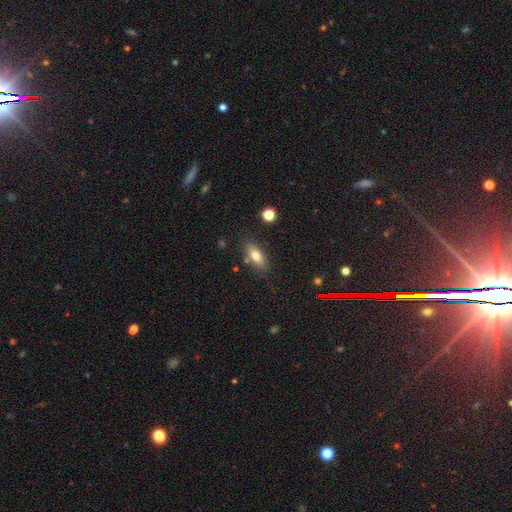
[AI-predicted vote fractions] Overall: smooth (74%). How rounded: in between (78%). Merging: none (79%).